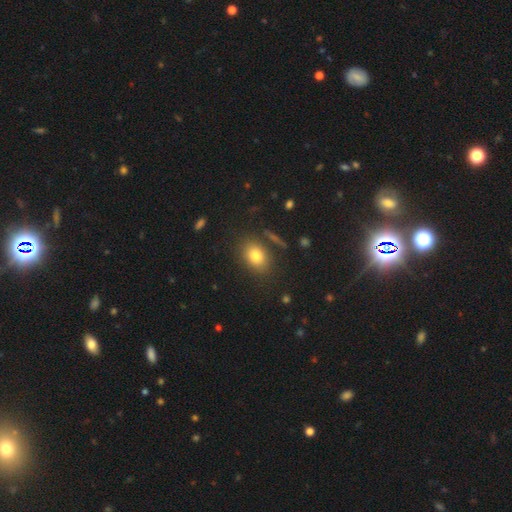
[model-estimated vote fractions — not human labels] Overall: smooth (80%). How rounded: in between (69%; round 29%). Merging: none (81%).